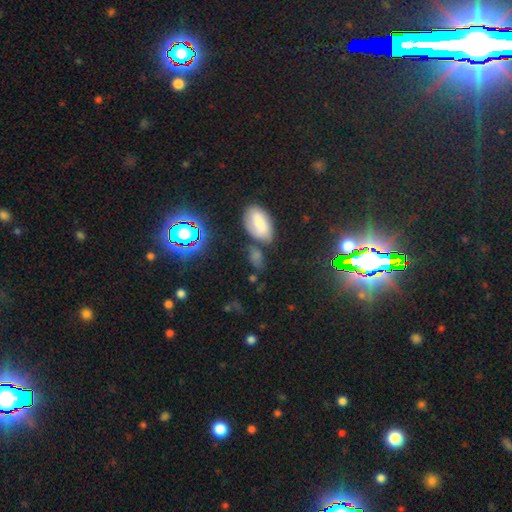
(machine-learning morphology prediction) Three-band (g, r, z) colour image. It shows a smooth galaxy with no disk features (44%). Merging: none (68%).